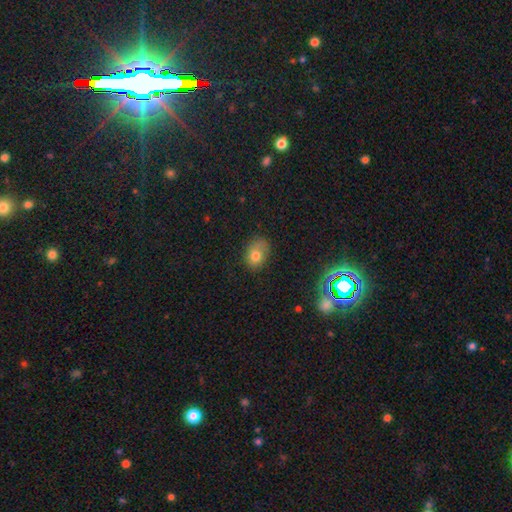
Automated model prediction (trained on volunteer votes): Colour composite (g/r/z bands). It shows a smooth galaxy with no disk features (73%) that is in between round and cigar-shaped (65%). Merging: none (61%).